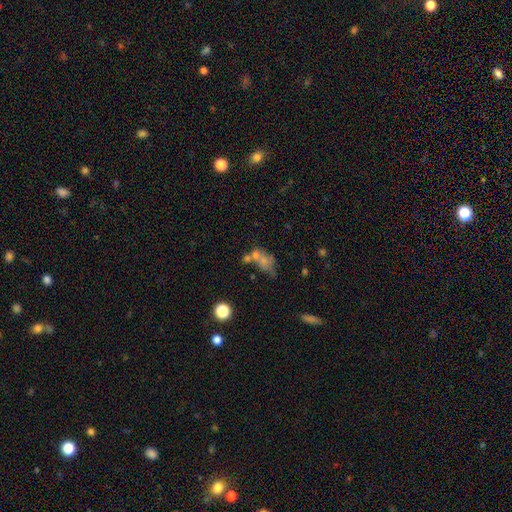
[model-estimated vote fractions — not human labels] Morphology: type=smooth (49%); merging=merger (39%).